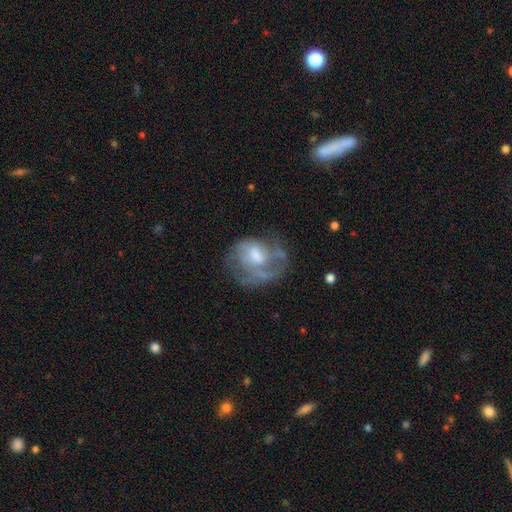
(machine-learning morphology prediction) Q: Smooth or featured?
A: featured or disk (61%); runner-up: smooth (30%)
Q: Edge-on disk?
A: no (97%); runner-up: yes (3%)
Q: Bar?
A: no (59%); runner-up: weak (34%)
Q: Spiral arms?
A: yes (57%); runner-up: no (43%)
Q: Bulge size?
A: moderate (50%); runner-up: small (26%)
Q: Merging?
A: none (39%); runner-up: major disturbance (33%)